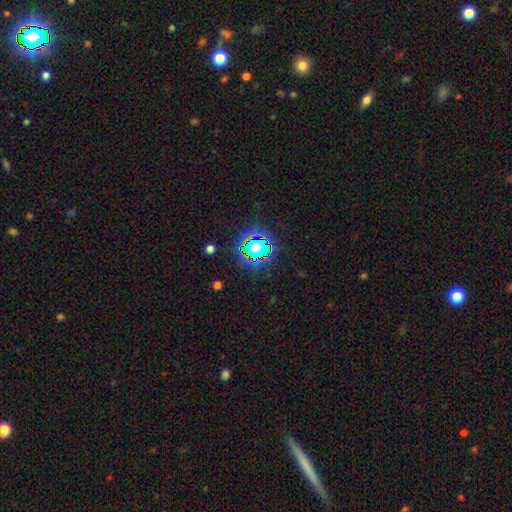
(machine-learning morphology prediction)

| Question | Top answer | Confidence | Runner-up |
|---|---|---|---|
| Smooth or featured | star or artifact | 66% | smooth (23%) |